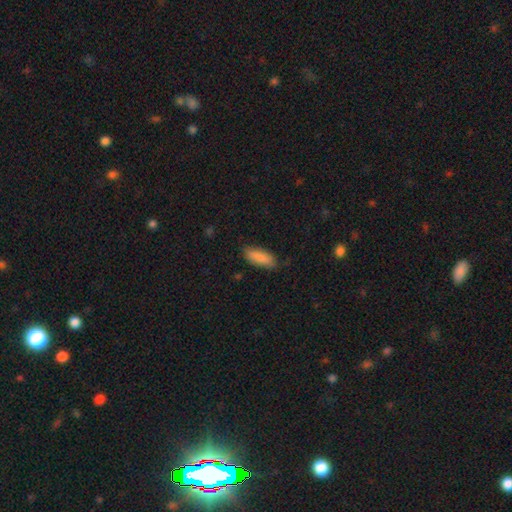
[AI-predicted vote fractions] Morphology: type=smooth (87%); roundness=in between (62%); merging=none (82%).